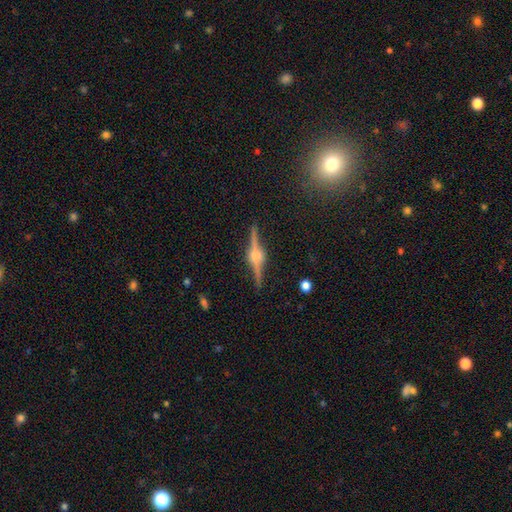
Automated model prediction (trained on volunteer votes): This appears to be a featured or disk galaxy (86%) viewed edge-on (98%) with a rounded central bulge (87%). Merging: none (88%).